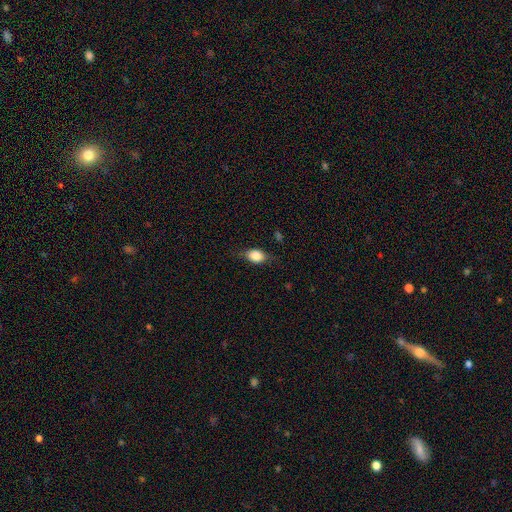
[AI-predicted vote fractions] The model was most divided on "how rounded": in between: 70%, round: 26%, cigar-shaped: 4%. More confident: smooth or featured — smooth (76%); merging — none (71%).